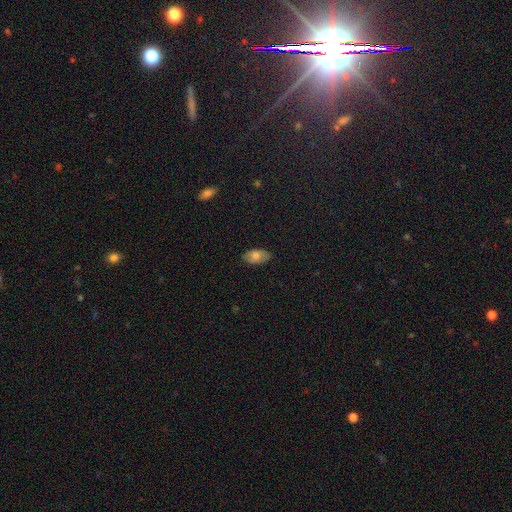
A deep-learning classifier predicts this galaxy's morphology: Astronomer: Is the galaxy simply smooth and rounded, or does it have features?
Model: smooth — 71%.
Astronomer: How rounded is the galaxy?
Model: in between — 93%.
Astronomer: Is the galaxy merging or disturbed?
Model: none — 84%.